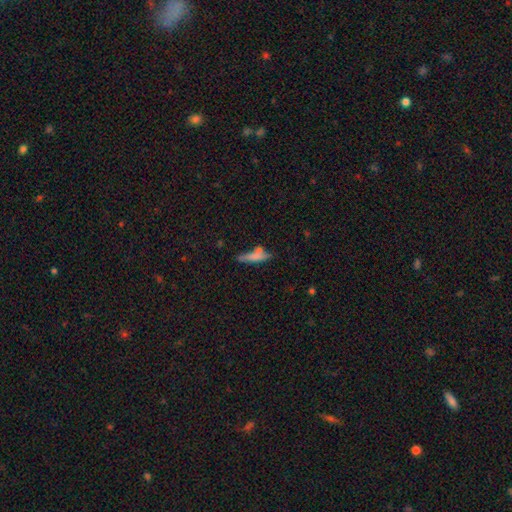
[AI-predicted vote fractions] Smooth or featured? smooth (65%)
How rounded? cigar-shaped (75%)
Merging? none (49%)